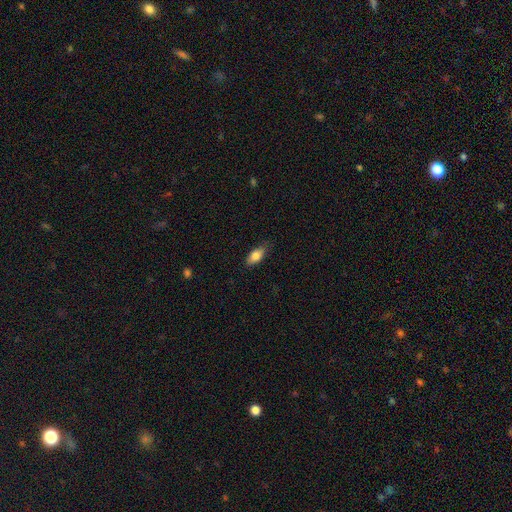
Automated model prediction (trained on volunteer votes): smooth 80%, featured or disk 13%, star or artifact 7%. Down the decision tree: how rounded — in between (85%); merging — none (78%).